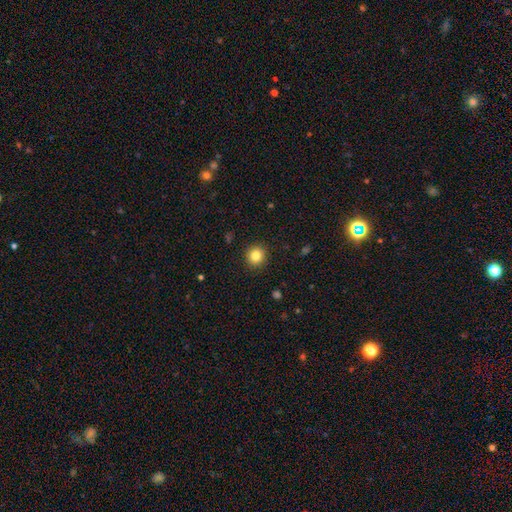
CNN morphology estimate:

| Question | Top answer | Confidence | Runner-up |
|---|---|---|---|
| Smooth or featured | smooth | 84% | star or artifact (11%) |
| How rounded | round | 90% | in between (9%) |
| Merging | none | 91% | minor disturbance (6%) |